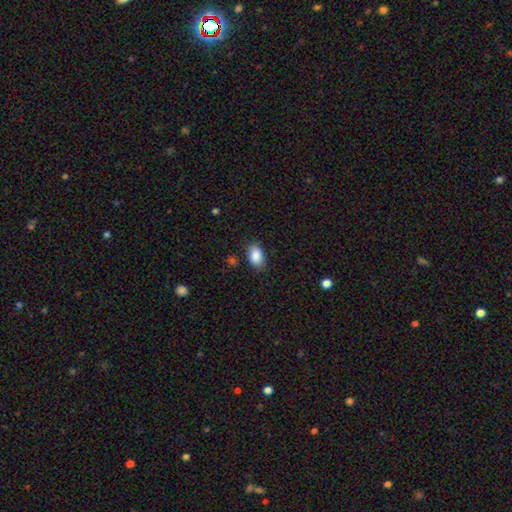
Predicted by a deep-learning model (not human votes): Smooth or featured: smooth — 88% (star or artifact — 8%)
How rounded: in between — 89% (round — 9%)
Merging: none — 84% (minor disturbance — 12%)